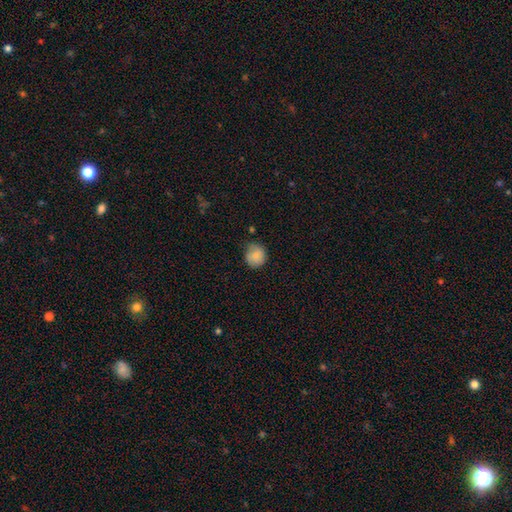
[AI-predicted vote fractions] smooth-or-featured: smooth: 84% | star or artifact: 8% | featured or disk: 8%
  how-rounded: round: 84% | in between: 15% | cigar-shaped: 1%
  merging: none: 69% | minor disturbance: 25% | major disturbance: 4% | merger: 2%